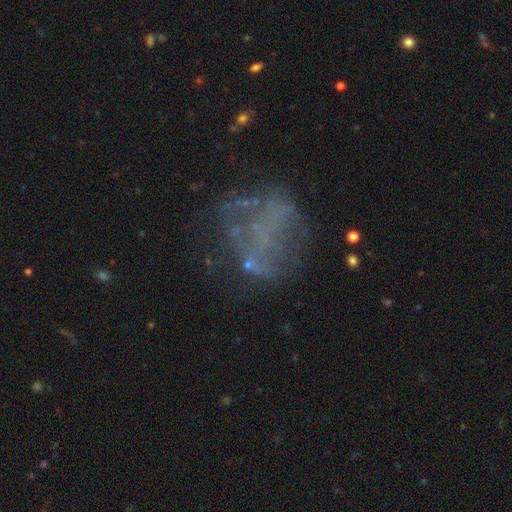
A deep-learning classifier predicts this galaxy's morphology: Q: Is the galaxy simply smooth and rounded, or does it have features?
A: featured or disk — 56%.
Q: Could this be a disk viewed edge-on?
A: no — 98%.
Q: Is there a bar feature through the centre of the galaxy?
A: no — 87%.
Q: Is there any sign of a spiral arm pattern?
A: no — 88%.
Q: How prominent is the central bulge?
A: none — 81%.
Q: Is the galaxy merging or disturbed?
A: none — 52%.